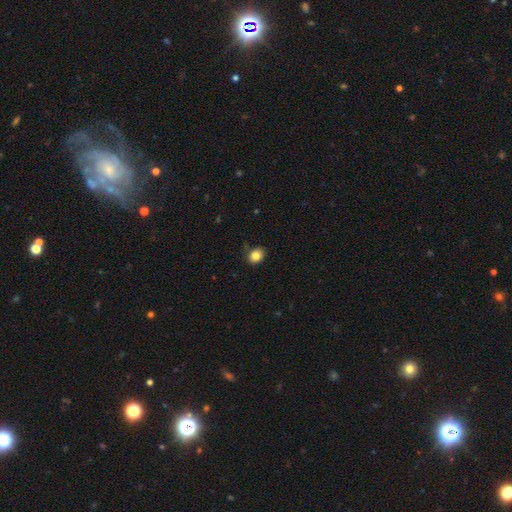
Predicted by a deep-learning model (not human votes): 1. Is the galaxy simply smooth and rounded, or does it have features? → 83% smooth, 10% star or artifact, 7% featured or disk.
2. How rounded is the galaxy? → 58% round, 41% in between, 1% cigar-shaped.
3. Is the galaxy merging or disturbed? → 80% none, 15% minor disturbance, 3% major disturbance, 2% merger.